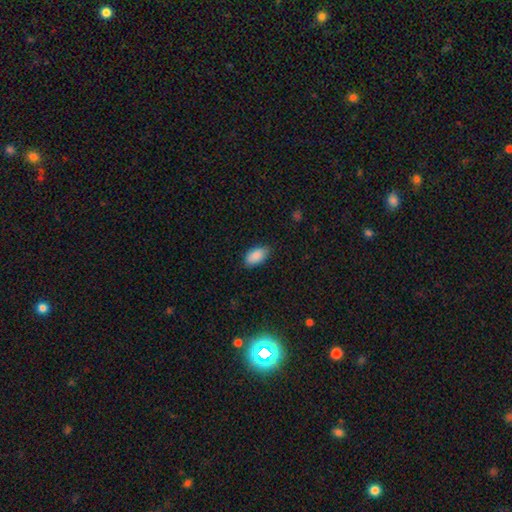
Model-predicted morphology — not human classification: Smooth or featured: smooth — 87% (star or artifact — 7%)
How rounded: in between — 93% (cigar-shaped — 4%)
Merging: none — 80% (minor disturbance — 17%)